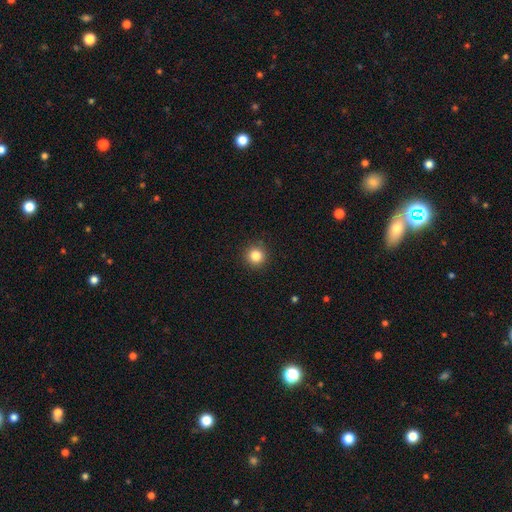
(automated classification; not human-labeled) This appears to be a smooth galaxy with no disk features (84%) that is round (95%). Merging: none (92%).